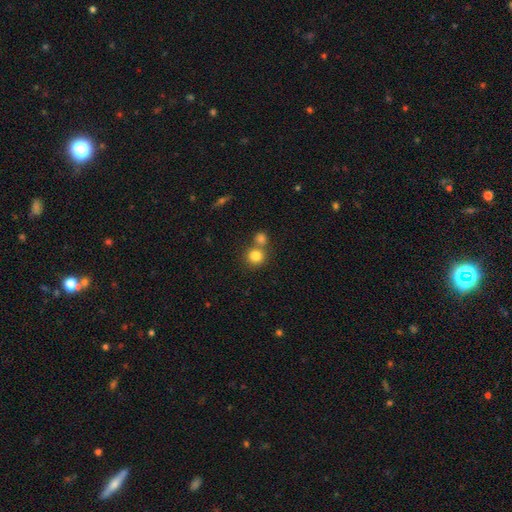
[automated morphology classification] Q: Smooth or featured?
A: smooth (81%); runner-up: star or artifact (12%)
Q: How rounded?
A: round (89%); runner-up: in between (10%)
Q: Merging?
A: none (59%); runner-up: merger (31%)